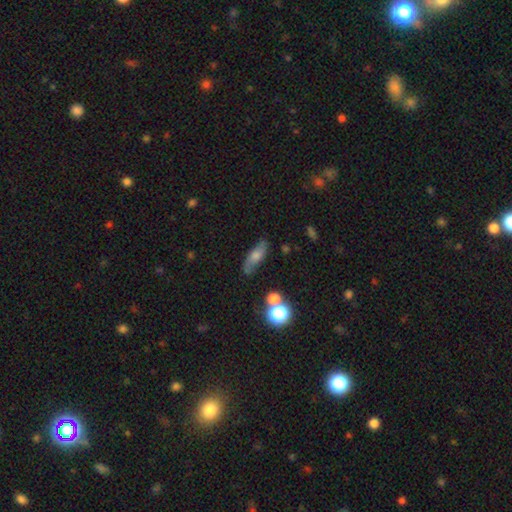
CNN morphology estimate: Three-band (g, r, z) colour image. It shows a smooth galaxy with no disk features (50%) that is in between round and cigar-shaped (47%). Merging: none (73%).